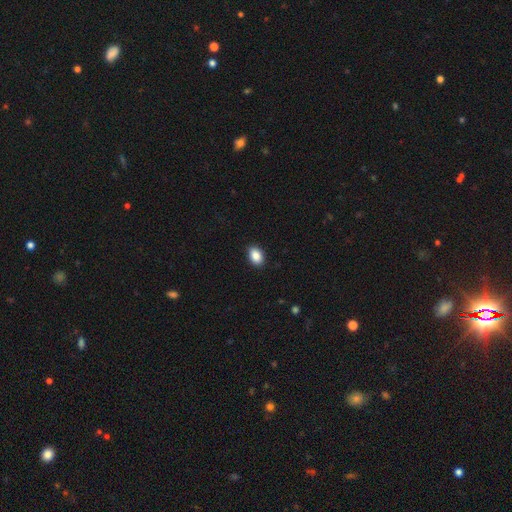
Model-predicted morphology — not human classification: Overall: smooth (88%). How rounded: in between (84%). Merging: none (90%).